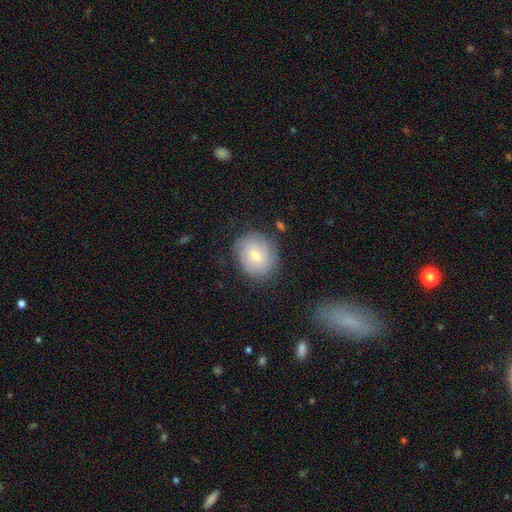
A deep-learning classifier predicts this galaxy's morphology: Smooth or featured?
  - smooth: 53% *
  - featured or disk: 38%
  - star or artifact: 9%
How rounded?
  - round: 68% *
  - in between: 31%
  - cigar-shaped: 1%
Merging?
  - none: 77% *
  - minor disturbance: 16%
  - major disturbance: 5%
  - merger: 2%